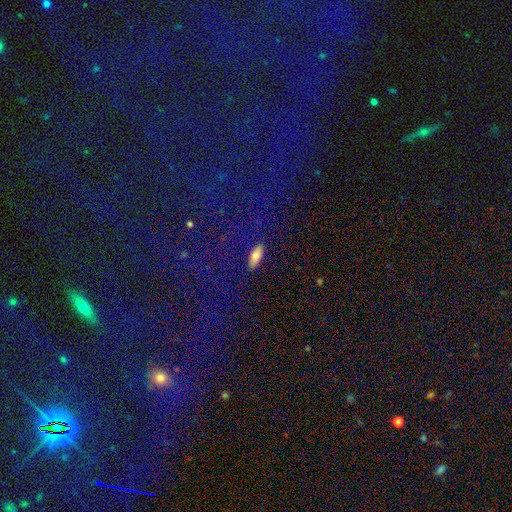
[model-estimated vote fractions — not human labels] smooth 79%, featured or disk 12%, star or artifact 9%. Down the decision tree: how rounded — in between (78%); merging — none (87%).